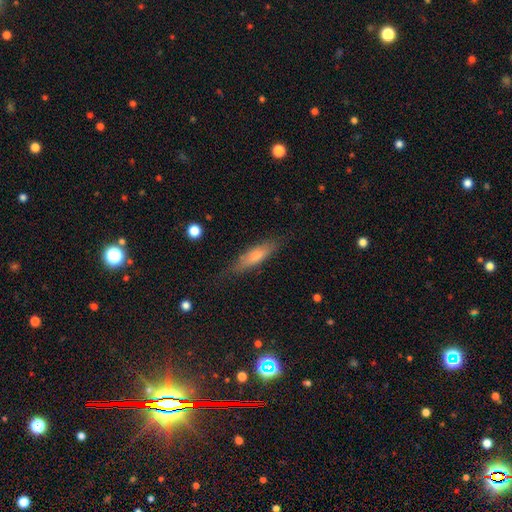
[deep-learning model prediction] smooth 56%, featured or disk 36%, star or artifact 9%. Down the decision tree: how rounded — cigar-shaped (70%); merging — none (78%).